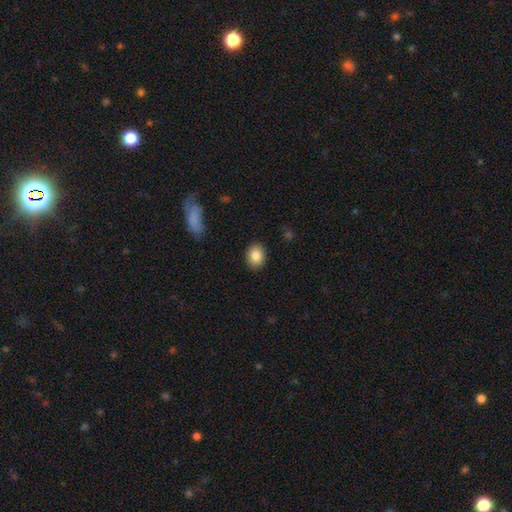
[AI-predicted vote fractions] Q: Smooth or featured?
A: smooth (85%); runner-up: star or artifact (8%)
Q: How rounded?
A: in between (51%); runner-up: round (48%)
Q: Merging?
A: none (88%); runner-up: minor disturbance (9%)